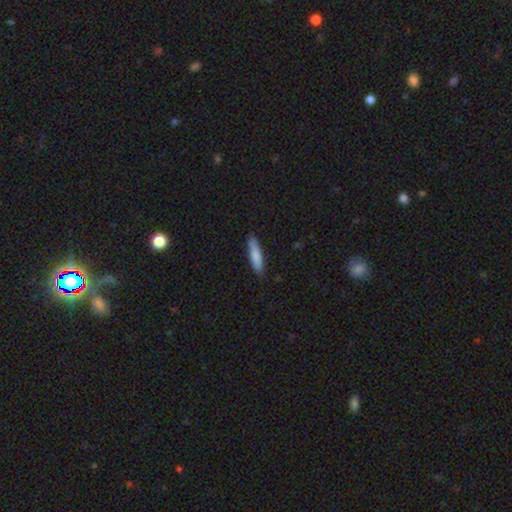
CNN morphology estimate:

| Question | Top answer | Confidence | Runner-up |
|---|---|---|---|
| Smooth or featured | smooth | 81% | featured or disk (13%) |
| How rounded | cigar-shaped | 80% | in between (18%) |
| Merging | none | 86% | minor disturbance (11%) |